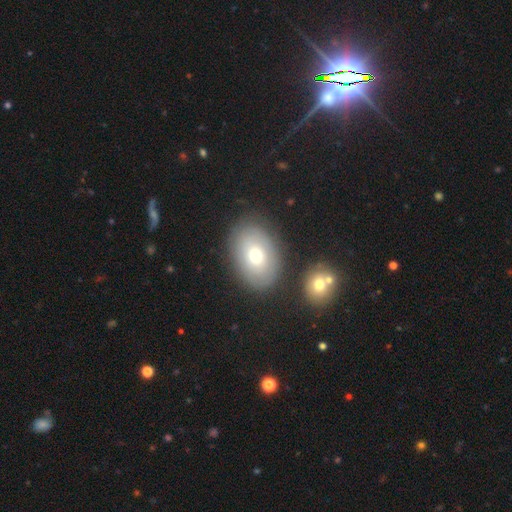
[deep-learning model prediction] The model was most divided on "smooth or featured": smooth: 65%, featured or disk: 26%, star or artifact: 9%. More confident: how rounded — in between (82%); merging — none (80%).